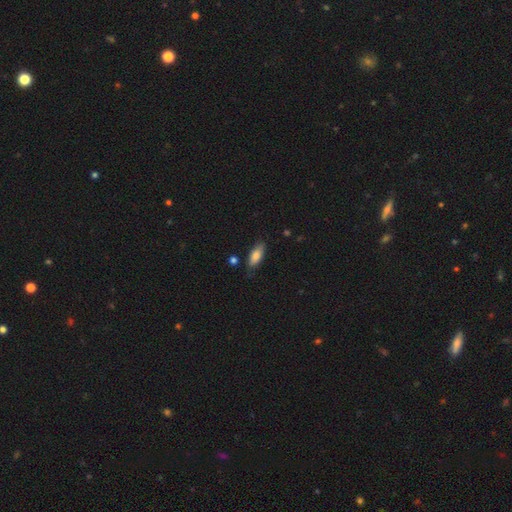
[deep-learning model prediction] The model was most divided on "how rounded": in between: 75%, cigar-shaped: 22%, round: 2%. More confident: smooth or featured — smooth (80%); merging — none (77%).